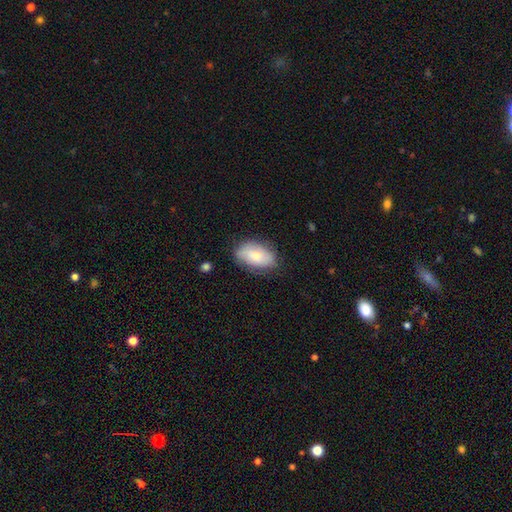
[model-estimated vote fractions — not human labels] The model was most divided on "smooth or featured": smooth: 68%, featured or disk: 25%, star or artifact: 7%. More confident: how rounded — in between (91%); merging — none (71%).